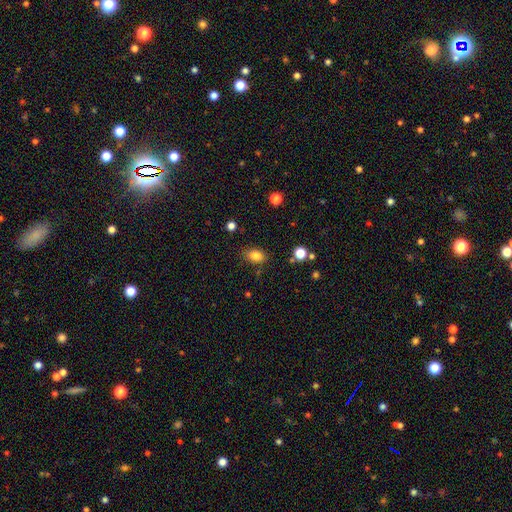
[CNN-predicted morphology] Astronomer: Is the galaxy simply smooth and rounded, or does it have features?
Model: smooth — 84%.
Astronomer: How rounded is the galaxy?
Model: in between — 83%.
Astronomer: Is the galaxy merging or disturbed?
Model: none — 82%.